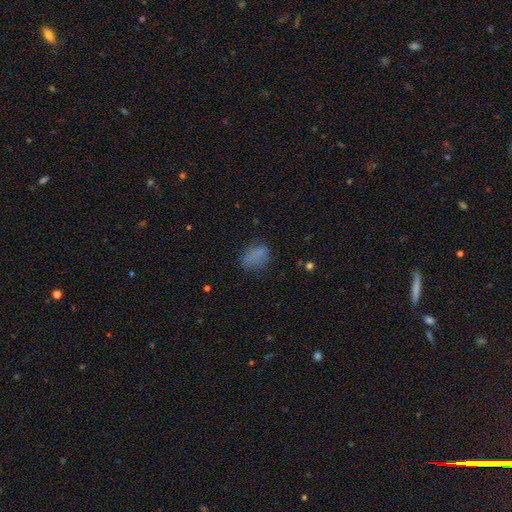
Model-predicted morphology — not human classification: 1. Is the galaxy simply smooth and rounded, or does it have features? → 74% smooth, 15% star or artifact, 11% featured or disk.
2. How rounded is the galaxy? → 72% in between, 26% round, 2% cigar-shaped.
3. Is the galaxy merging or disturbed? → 64% none, 22% minor disturbance, 11% major disturbance, 3% merger.